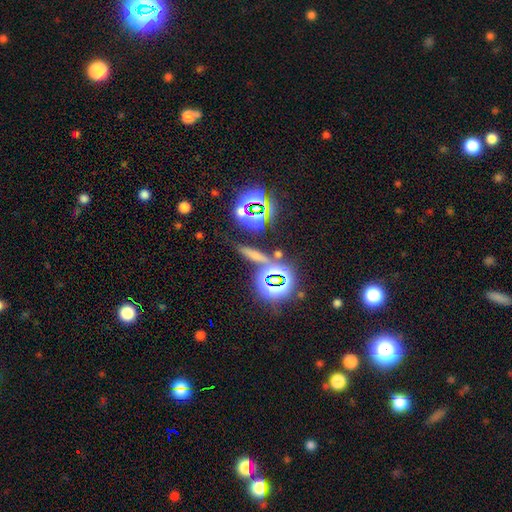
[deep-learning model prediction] smooth 43%, star or artifact 42%, featured or disk 15%. Down the decision tree: merging — none (73%).